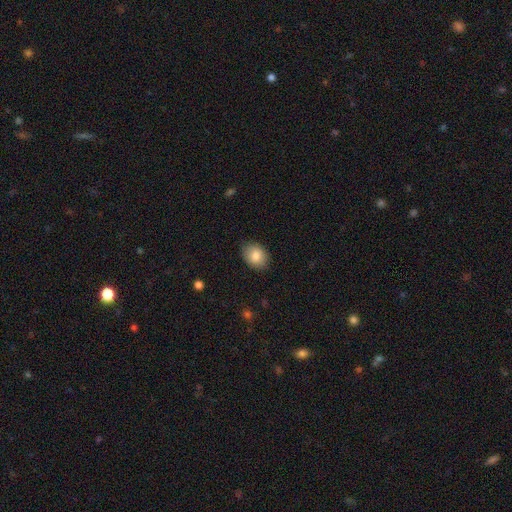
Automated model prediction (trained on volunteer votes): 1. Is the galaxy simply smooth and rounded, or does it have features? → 83% smooth, 9% featured or disk, 8% star or artifact.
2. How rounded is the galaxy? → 64% in between, 35% round, 1% cigar-shaped.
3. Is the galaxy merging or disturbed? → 85% none, 12% minor disturbance, 2% major disturbance, 1% merger.